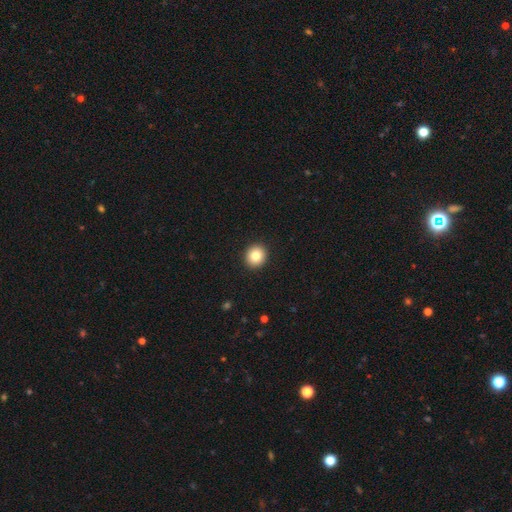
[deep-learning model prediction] smooth-or-featured: smooth: 83% | star or artifact: 9% | featured or disk: 8%
  how-rounded: round: 84% | in between: 15% | cigar-shaped: 1%
  merging: none: 93% | minor disturbance: 5% | major disturbance: 2% | merger: 1%